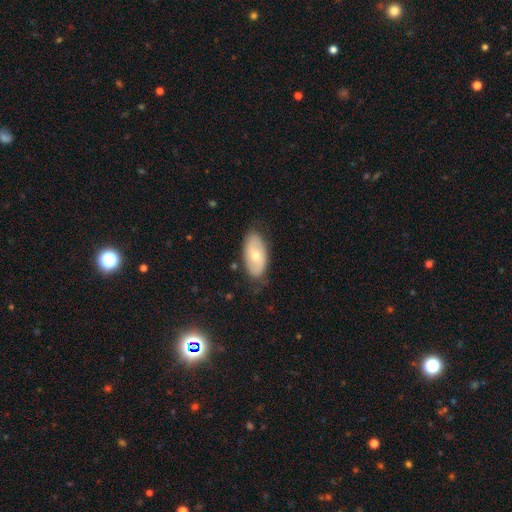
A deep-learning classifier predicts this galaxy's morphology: Smooth or featured?
  - smooth: 54% *
  - featured or disk: 40%
  - star or artifact: 6%
How rounded?
  - in between: 92% *
  - cigar-shaped: 4%
  - round: 3%
Merging?
  - none: 76% *
  - minor disturbance: 19%
  - major disturbance: 4%
  - merger: 1%